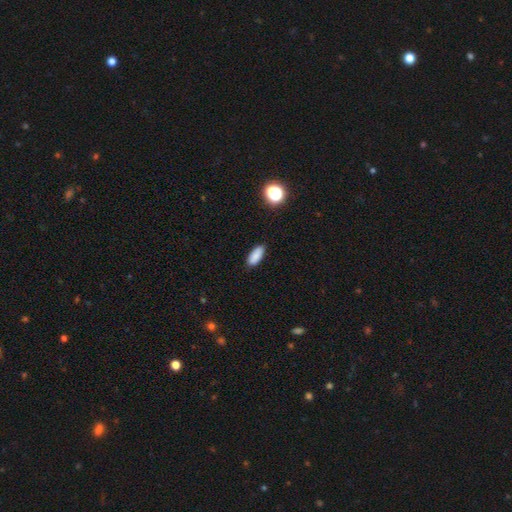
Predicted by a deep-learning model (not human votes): This is clearly a smooth galaxy (87%). How rounded: likely in between (80%). Merging: clearly none (88%).